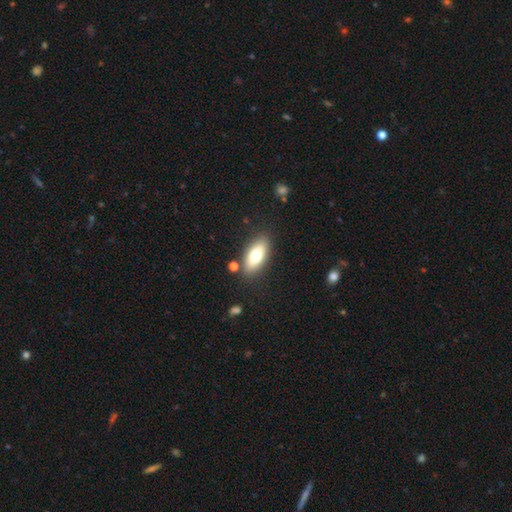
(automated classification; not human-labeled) The model was most divided on "smooth or featured": smooth: 73%, featured or disk: 20%, star or artifact: 7%. More confident: merging — none (83%); how rounded — in between (82%).